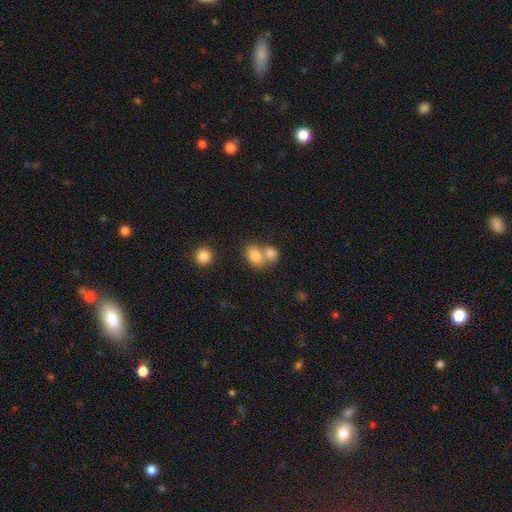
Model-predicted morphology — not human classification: This is clearly a smooth galaxy (81%). How rounded: likely in between (75%). Merging: possibly merger (52%).